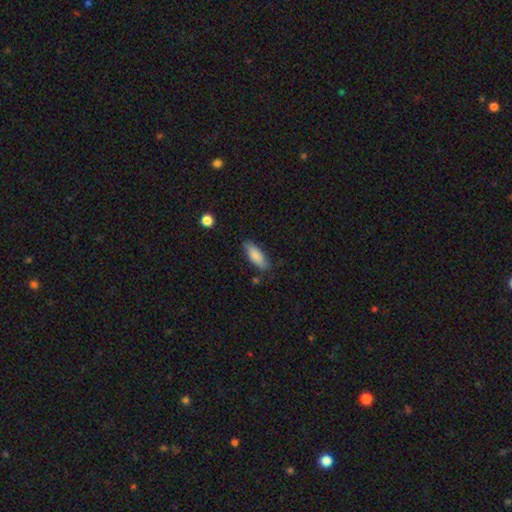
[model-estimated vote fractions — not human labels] A smooth galaxy with no disk features (85%) that is in between round and cigar-shaped (70%). Merging: none (79%).